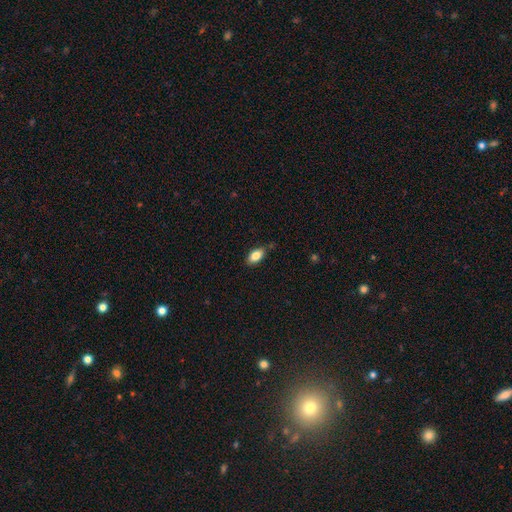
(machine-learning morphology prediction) type=smooth (82%); roundness=in between (90%); merging=none (79%).